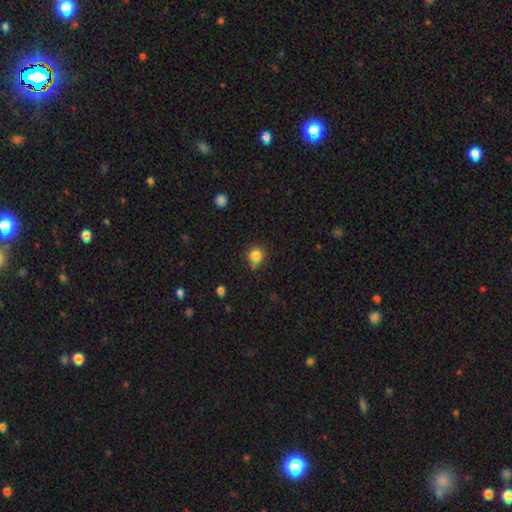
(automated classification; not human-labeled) Morphology: type=smooth (84%); roundness=round (90%); merging=none (77%).